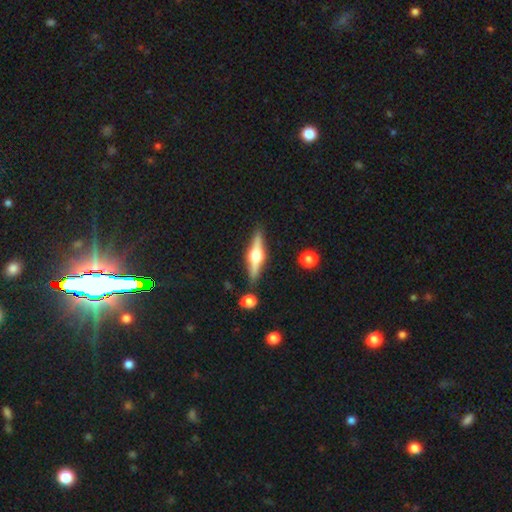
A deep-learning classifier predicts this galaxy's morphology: This appears to be a featured or disk galaxy (75%) viewed edge-on (97%) with a rounded central bulge (95%). Merging: none (87%).